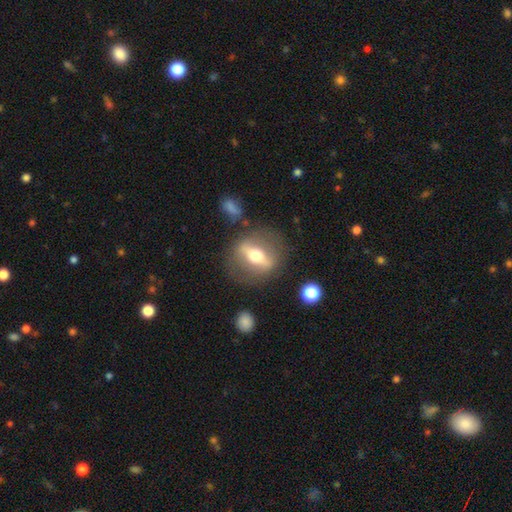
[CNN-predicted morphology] This is likely a featured or disk galaxy (67%). It is possibly not viewed edge-on (54%). Merging: likely none (79%).